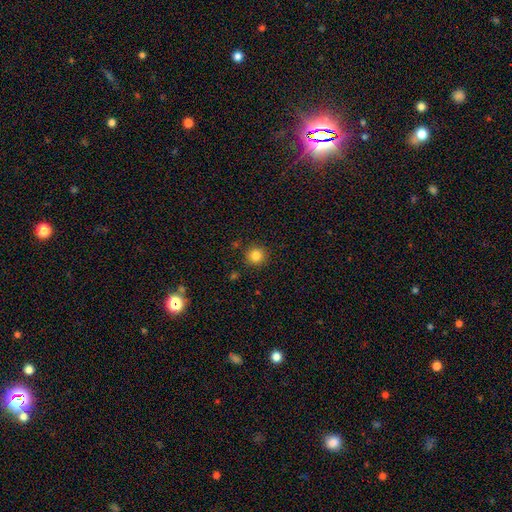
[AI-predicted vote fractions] smooth_or_featured: smooth (p=0.83) [alt: star or artifact p=0.12]
how_rounded: round (p=0.95) [alt: in between p=0.04]
merging: none (p=0.90) [alt: minor disturbance p=0.06]